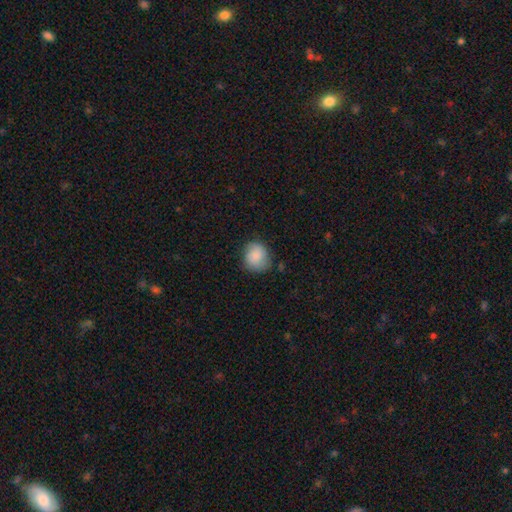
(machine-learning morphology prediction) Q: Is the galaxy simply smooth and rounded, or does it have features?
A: smooth — 83%.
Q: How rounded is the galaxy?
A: round — 76%.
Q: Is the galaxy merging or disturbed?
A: none — 68%.